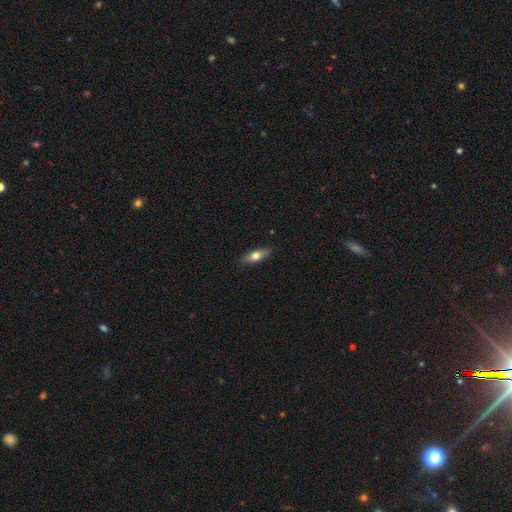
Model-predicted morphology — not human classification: smooth_or_featured: smooth (p=0.65) [alt: featured or disk p=0.29]
how_rounded: in between (p=0.58) [alt: cigar-shaped p=0.38]
merging: none (p=0.87) [alt: minor disturbance p=0.10]